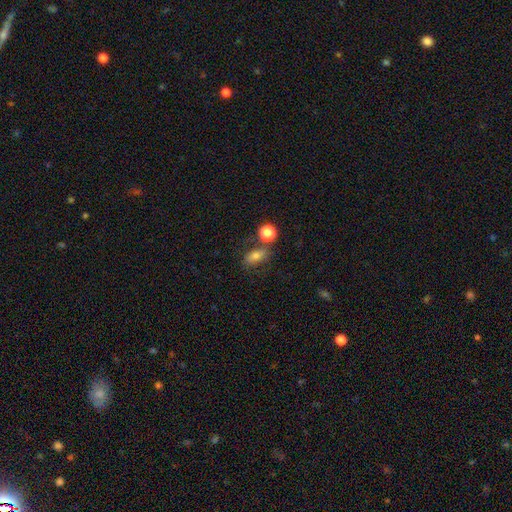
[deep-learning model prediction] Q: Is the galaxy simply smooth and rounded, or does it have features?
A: smooth — 71%.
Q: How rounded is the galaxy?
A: in between — 75%.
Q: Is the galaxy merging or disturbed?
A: none — 60%.